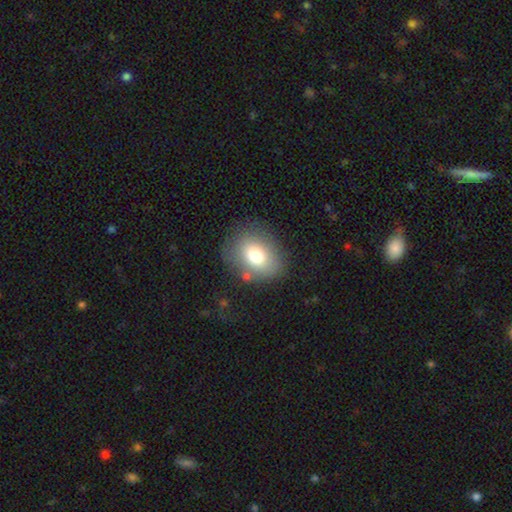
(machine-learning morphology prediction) A smooth galaxy with no disk features (77%) that is in between round and cigar-shaped (60%). Merging: none (77%).